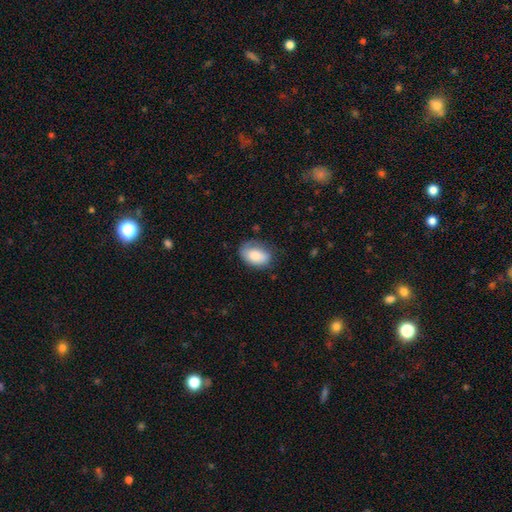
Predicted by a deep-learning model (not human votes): This is clearly a smooth galaxy (83%). How rounded: clearly in between (88%). Merging: likely none (62%).